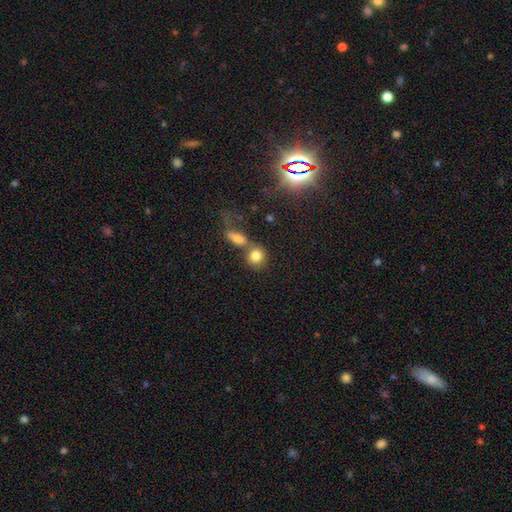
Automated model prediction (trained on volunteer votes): This appears to be a smooth galaxy with no disk features (81%) that is round (77%). Merging: none (44%).